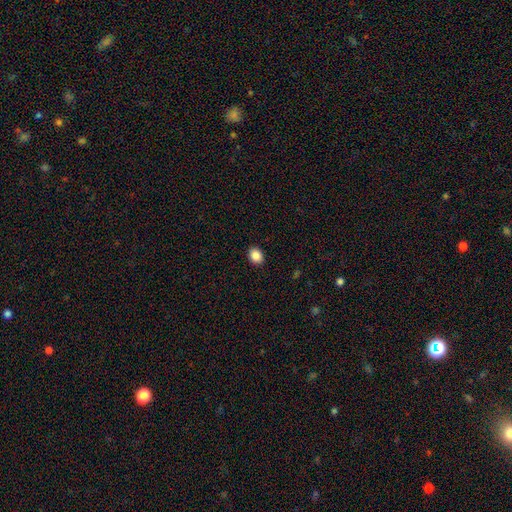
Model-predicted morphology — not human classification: type=smooth (88%); roundness=in between (51%); merging=none (91%).